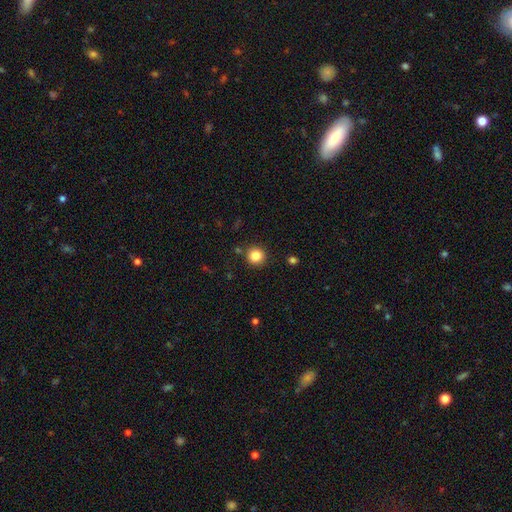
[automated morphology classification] A smooth galaxy with no disk features (85%) that is round (94%).

Vote fractions:
- Smooth or featured? smooth: 85% / star or artifact: 11% / featured or disk: 5%
- How rounded? round: 94% / in between: 5% / cigar-shaped: 1%
- Merging? none: 89% / minor disturbance: 6% / merger: 3% / major disturbance: 2%